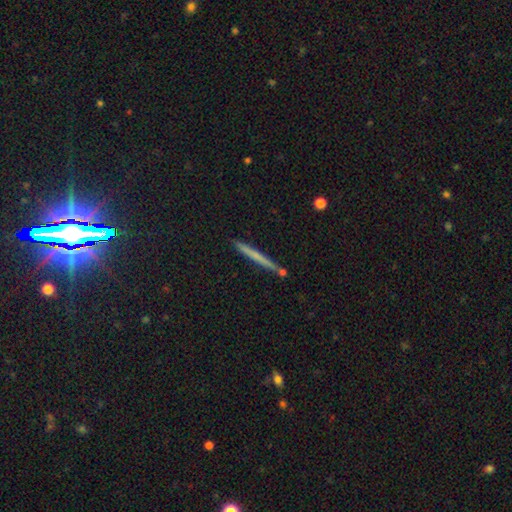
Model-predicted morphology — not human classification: type=smooth (56%); roundness=cigar-shaped (97%); merging=none (86%).